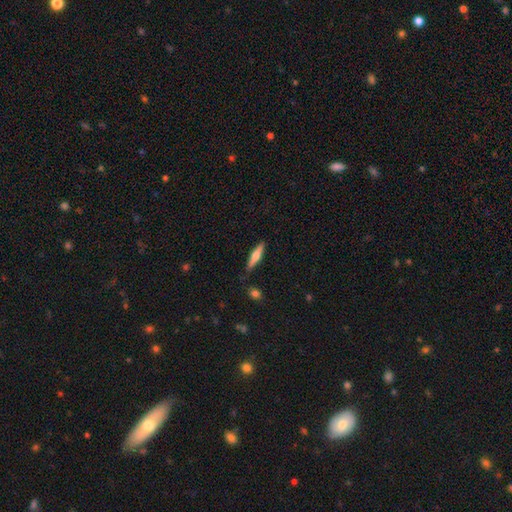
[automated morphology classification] featured or disk 48%, smooth 46%, star or artifact 6%. Down the decision tree: merging — none (83%).